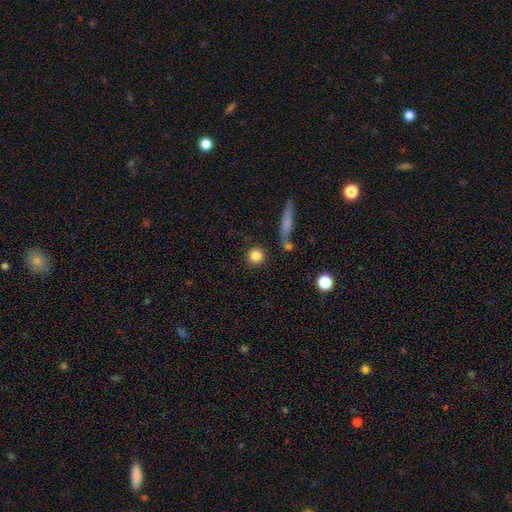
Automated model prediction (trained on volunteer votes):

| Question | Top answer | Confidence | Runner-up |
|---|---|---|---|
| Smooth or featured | smooth | 84% | star or artifact (9%) |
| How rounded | round | 91% | in between (7%) |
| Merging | none | 82% | minor disturbance (8%) |